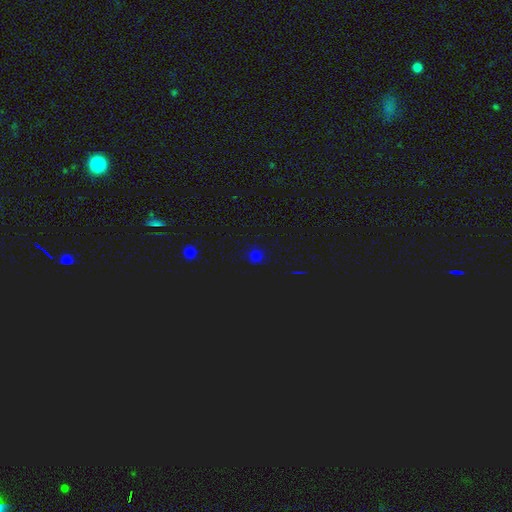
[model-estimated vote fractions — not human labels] smooth_or_featured: smooth (p=0.65) [alt: star or artifact p=0.31]
how_rounded: round (p=0.93) [alt: in between p=0.06]
merging: none (p=0.88) [alt: minor disturbance p=0.08]